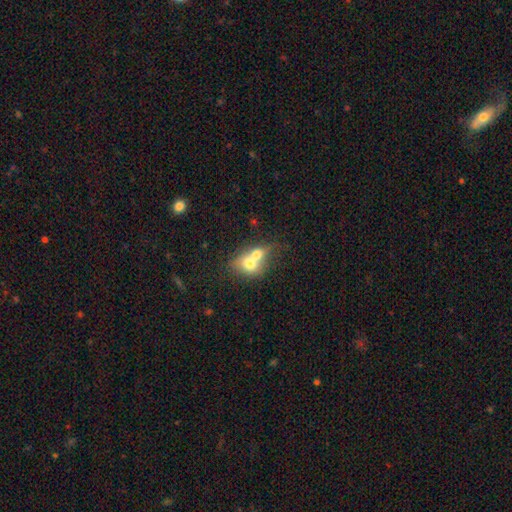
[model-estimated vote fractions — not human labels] This is likely a smooth galaxy (67%). How rounded: possibly in between (50%). Merging: likely merger (74%).